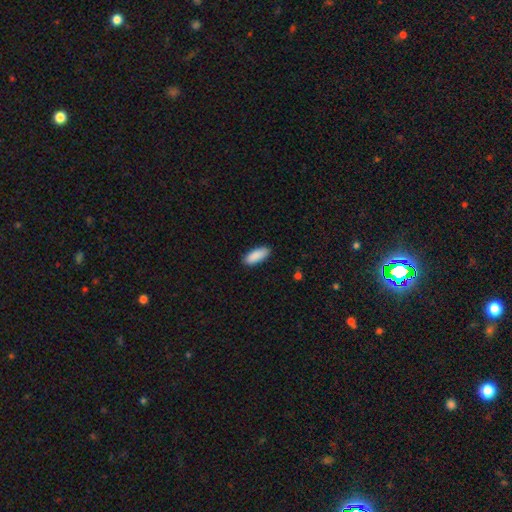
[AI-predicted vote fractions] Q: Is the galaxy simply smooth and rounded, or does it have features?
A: smooth — 91%.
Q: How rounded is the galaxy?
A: in between — 79%.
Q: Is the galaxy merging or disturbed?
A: none — 88%.